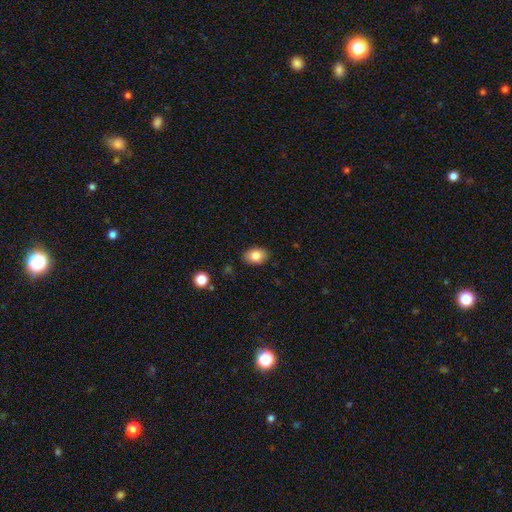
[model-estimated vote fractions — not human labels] Smooth or featured: smooth — 83% (star or artifact — 9%)
How rounded: in between — 73% (round — 26%)
Merging: none — 86% (minor disturbance — 10%)